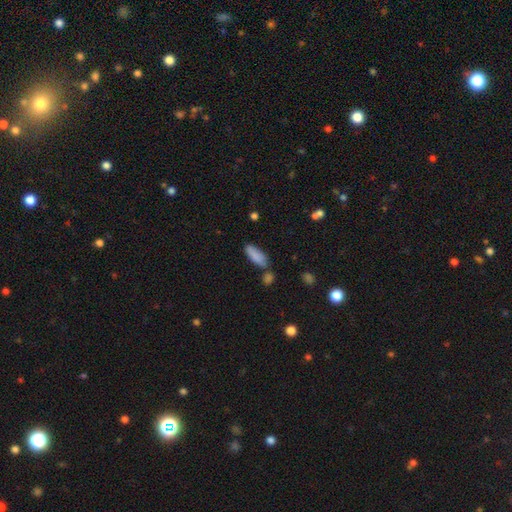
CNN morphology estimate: smooth-or-featured: smooth: 86% | featured or disk: 7% | star or artifact: 7%
  how-rounded: in between: 65% | cigar-shaped: 33% | round: 2%
  merging: none: 67% | minor disturbance: 16% | merger: 13% | major disturbance: 4%